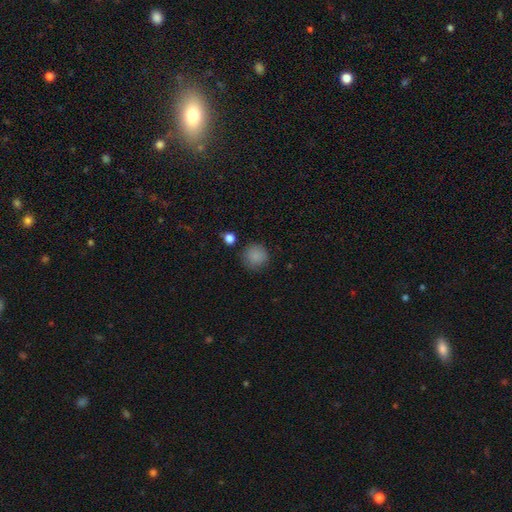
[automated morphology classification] Smooth or featured? smooth (85%)
How rounded? round (93%)
Merging? none (83%)